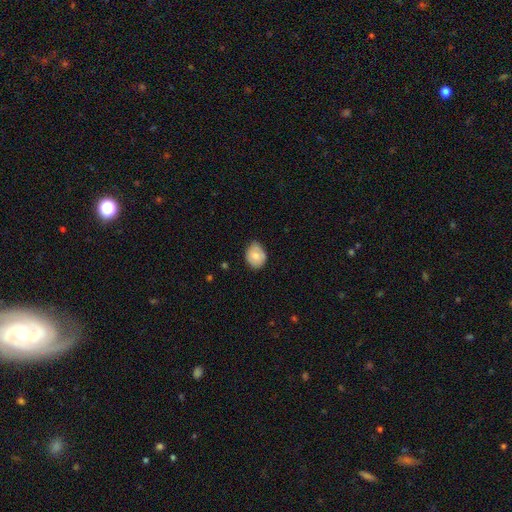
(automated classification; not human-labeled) smooth_or_featured: smooth (p=0.75) [alt: featured or disk p=0.17]
how_rounded: in between (p=0.54) [alt: round p=0.45]
merging: none (p=0.66) [alt: minor disturbance p=0.28]